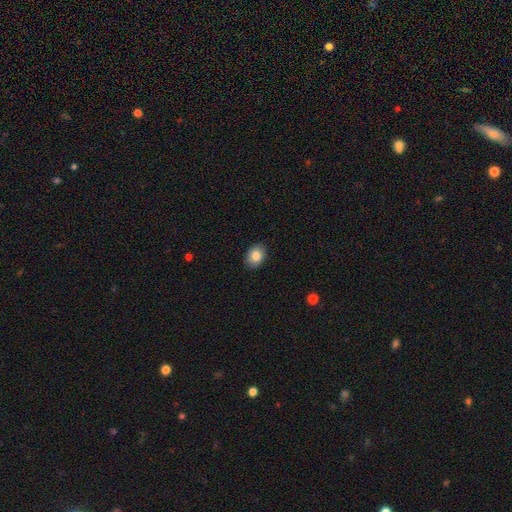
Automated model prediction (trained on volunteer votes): A smooth galaxy with no disk features (85%) that is in between round and cigar-shaped (74%). Merging: none (89%).